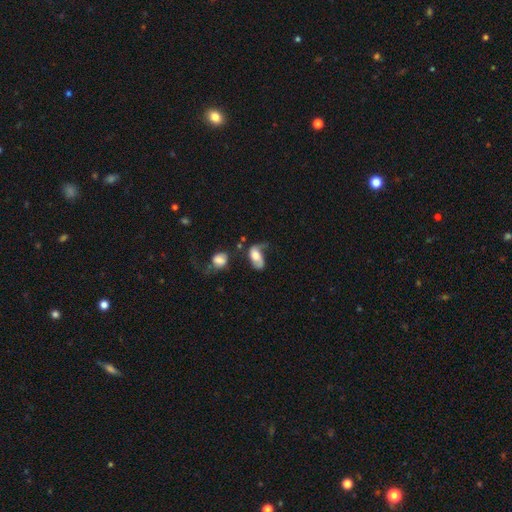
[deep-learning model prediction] This appears to be a featured or disk galaxy (50%). Merging: major disturbance (35%).